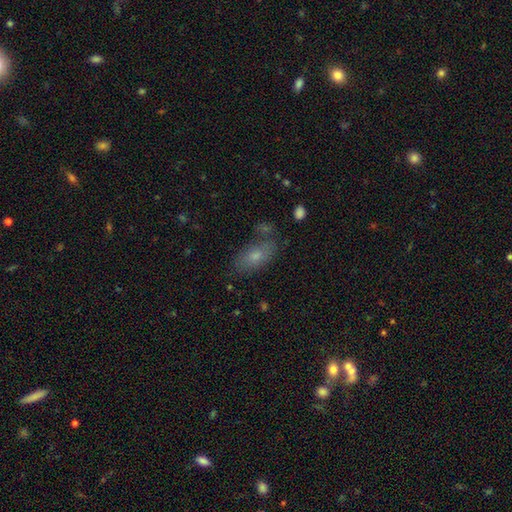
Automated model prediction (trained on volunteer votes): Smooth or featured? Predicted: smooth (p=0.71). How rounded? Predicted: in between (p=0.86). Merging? Predicted: none (p=0.68).